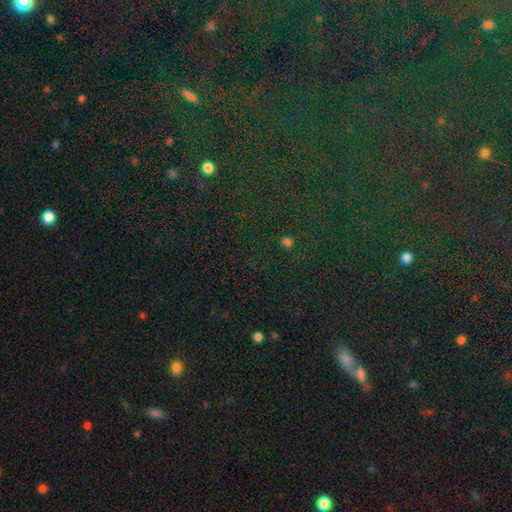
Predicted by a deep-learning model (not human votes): This is likely a star or artifact rather than a galaxy (76%).